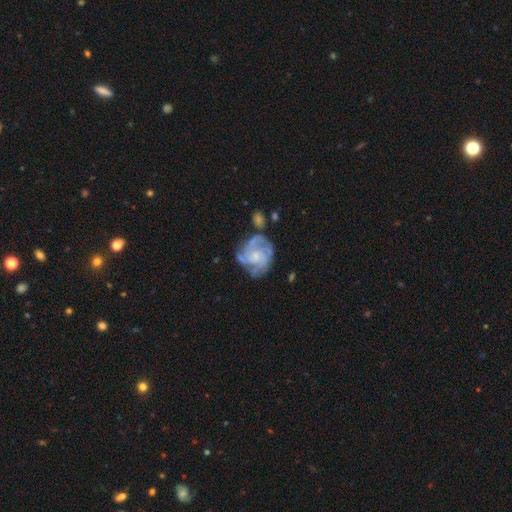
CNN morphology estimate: smooth-or-featured: featured or disk: 81% | smooth: 13% | star or artifact: 6%
  disk-edge-on: no: 98% | yes: 2%
    bar: no: 70% | weak: 26% | strong: 4%
    has-spiral-arms: yes: 92% | no: 8%
      spiral-winding: tight: 49% | medium: 40% | loose: 11%
      spiral-arm-count: 3: 33% | can't tell: 24% | 4: 16% | 2: 16% | more than 4: 5% | 1: 5%
    bulge-size: small: 52% | moderate: 31% | none: 13% | large: 3% | dominant: 1%
  merging: none: 60% | minor disturbance: 22% | major disturbance: 12% | merger: 6%